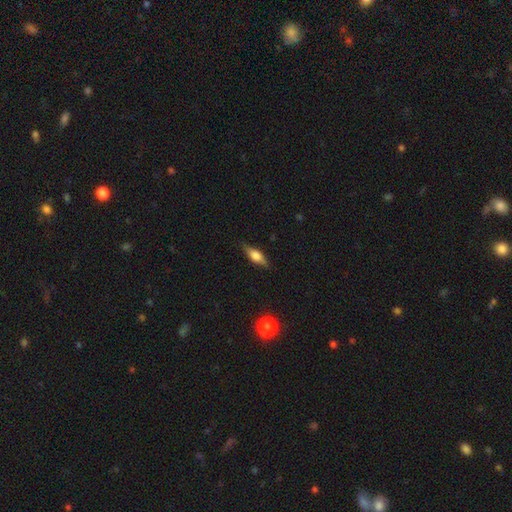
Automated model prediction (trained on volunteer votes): Smooth or featured? Predicted: smooth (p=0.47). Merging? Predicted: none (p=0.84).